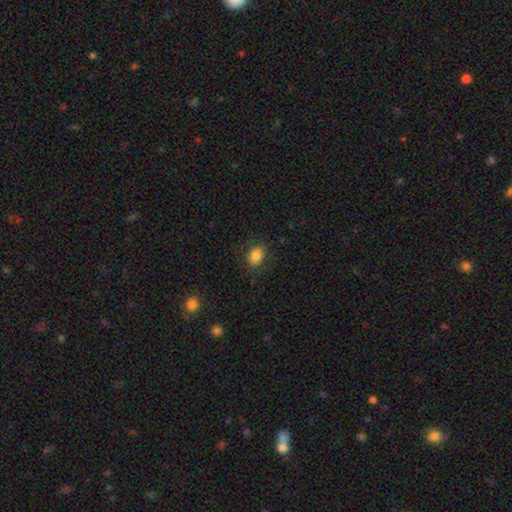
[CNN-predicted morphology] Smooth or featured? smooth (83%)
How rounded? in between (74%)
Merging? none (79%)